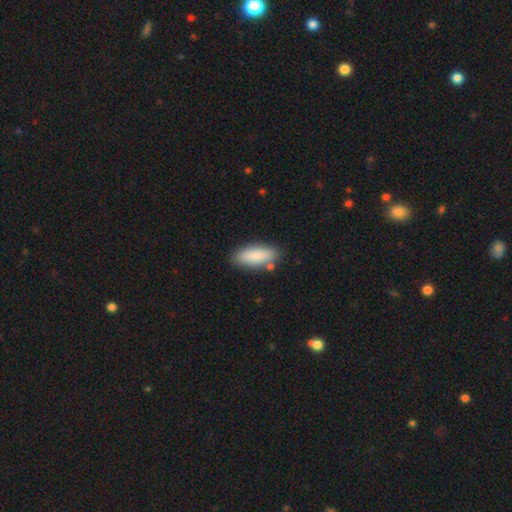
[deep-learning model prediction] A smooth galaxy with no disk features (85%) that is in between round and cigar-shaped (66%).

Vote fractions:
- Smooth or featured? smooth: 85% / featured or disk: 9% / star or artifact: 6%
- How rounded? in between: 66% / cigar-shaped: 32% / round: 2%
- Merging? none: 79% / minor disturbance: 13% / merger: 5% / major disturbance: 3%